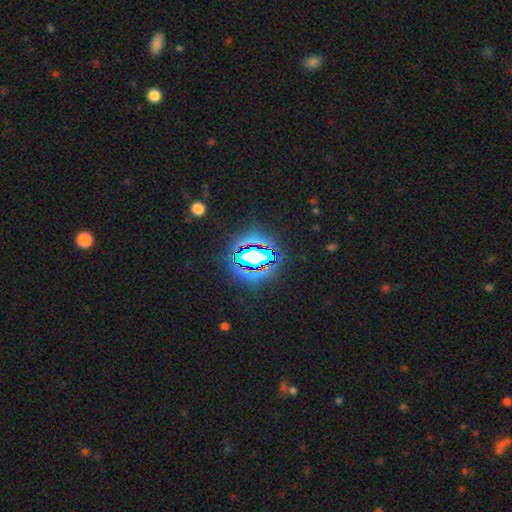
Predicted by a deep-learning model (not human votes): smooth_or_featured: star or artifact (p=0.73) [alt: smooth p=0.16]